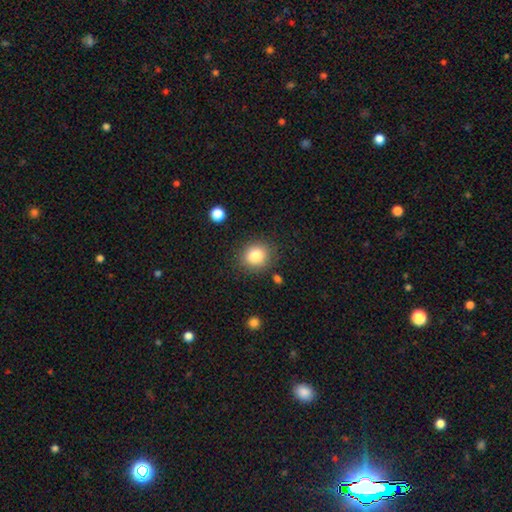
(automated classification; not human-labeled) This appears to be a smooth galaxy with no disk features (83%) that is round (77%). Merging: none (84%).